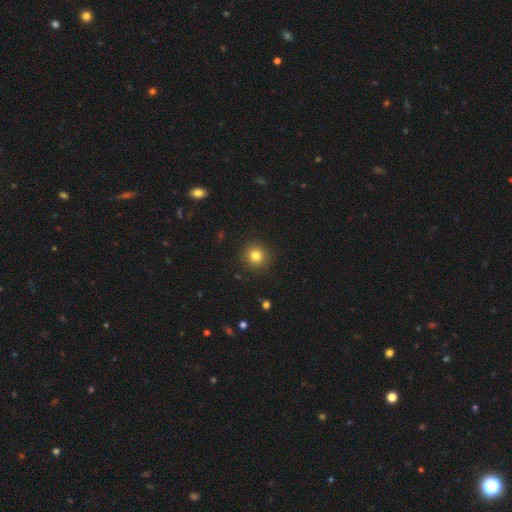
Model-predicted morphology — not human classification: Smooth or featured? smooth (82%)
How rounded? round (94%)
Merging? none (91%)